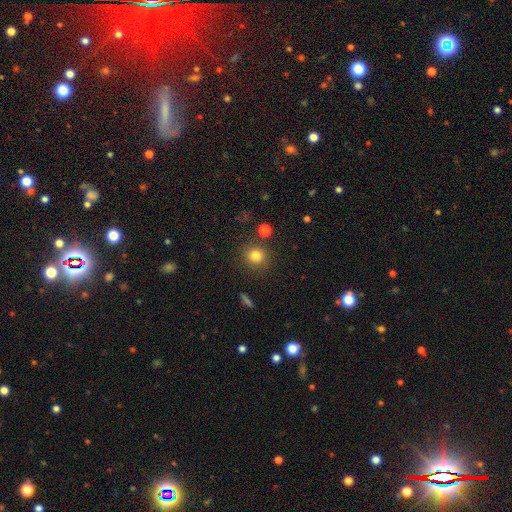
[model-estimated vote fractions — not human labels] This is clearly a smooth galaxy (82%). How rounded: clearly round (91%). Merging: clearly none (85%).